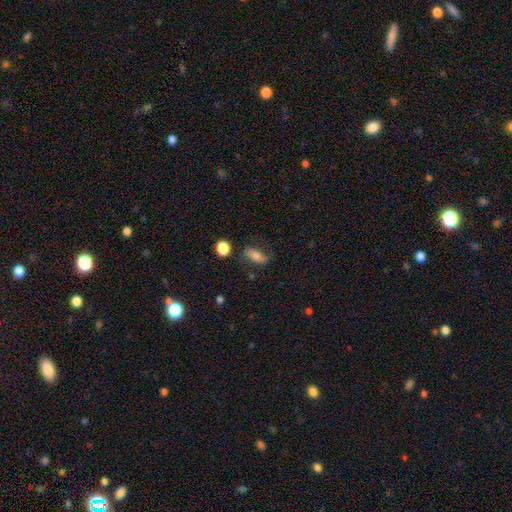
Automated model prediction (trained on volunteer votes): Overall: smooth (58%; featured or disk 32%). How rounded: in between (72%). Merging: none (69%).